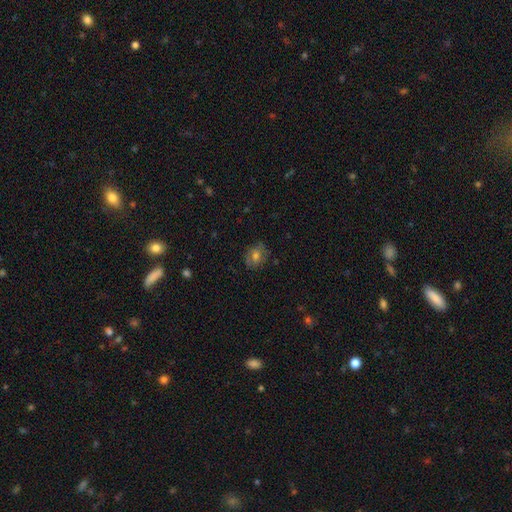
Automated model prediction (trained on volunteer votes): Q: Smooth or featured?
A: smooth (60%); runner-up: featured or disk (28%)
Q: How rounded?
A: round (53%); runner-up: in between (46%)
Q: Merging?
A: none (76%); runner-up: minor disturbance (18%)